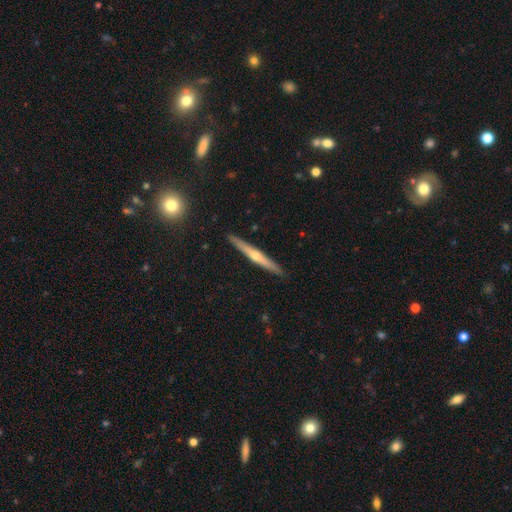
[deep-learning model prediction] Q: Smooth or featured?
A: featured or disk (66%); runner-up: smooth (28%)
Q: Edge-on disk?
A: yes (97%); runner-up: no (3%)
Q: Edge-on bulge?
A: rounded (80%); runner-up: none (17%)
Q: Merging?
A: none (90%); runner-up: minor disturbance (7%)